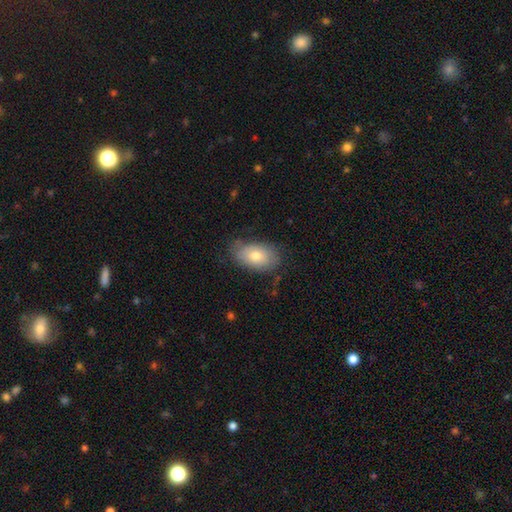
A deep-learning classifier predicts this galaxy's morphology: The model was most divided on "merging": none: 71%, minor disturbance: 22%, major disturbance: 5%, merger: 1%. More confident: how rounded — in between (91%); smooth or featured — smooth (73%).